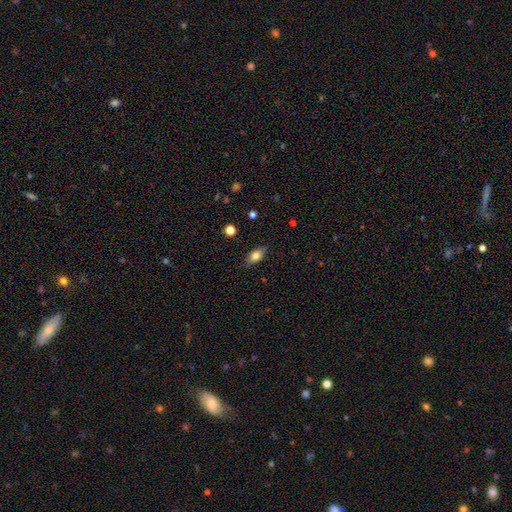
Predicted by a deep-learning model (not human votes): smooth_or_featured: smooth (p=0.75) [alt: featured or disk p=0.17]
how_rounded: in between (p=0.84) [alt: cigar-shaped p=0.09]
merging: none (p=0.83) [alt: minor disturbance p=0.13]